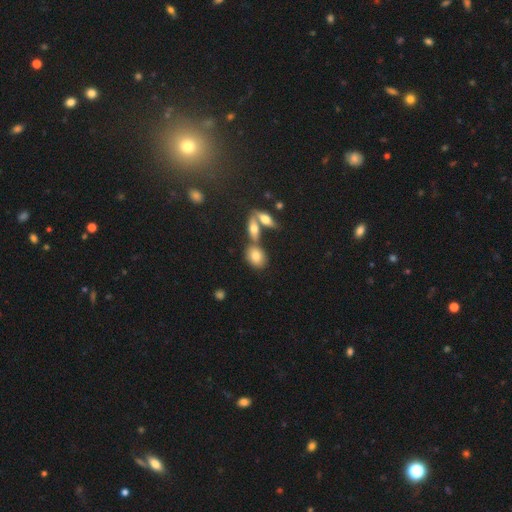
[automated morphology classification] Smooth or featured?
  - smooth: 76% *
  - featured or disk: 15%
  - star or artifact: 8%
How rounded?
  - in between: 71% *
  - round: 25%
  - cigar-shaped: 4%
Merging?
  - none: 51% *
  - merger: 34%
  - minor disturbance: 11%
  - major disturbance: 4%